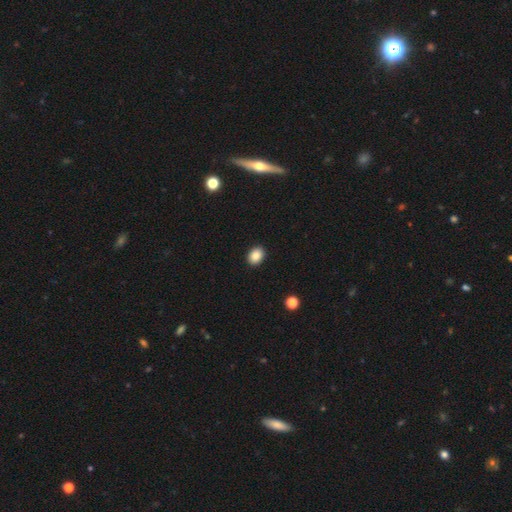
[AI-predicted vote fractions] Overall: smooth (88%). How rounded: in between (63%; round 36%). Merging: none (91%).